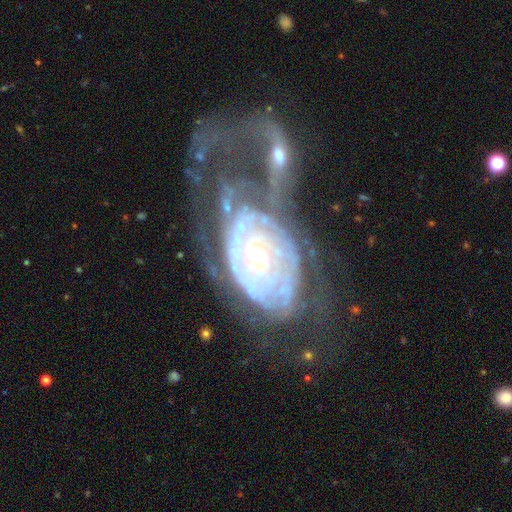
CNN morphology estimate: Smooth or featured: featured or disk — 87% (smooth — 7%)
Edge-on disk: no — 96% (yes — 4%)
Bar: no — 75% (weak — 17%)
Spiral arms: yes — 80% (no — 20%)
Spiral winding: tight — 66% (medium — 22%)
Spiral arm count: can't tell — 49% (2 — 21%)
Bulge size: moderate — 68% (small — 20%)
Merging: major disturbance — 42% (merger — 30%)